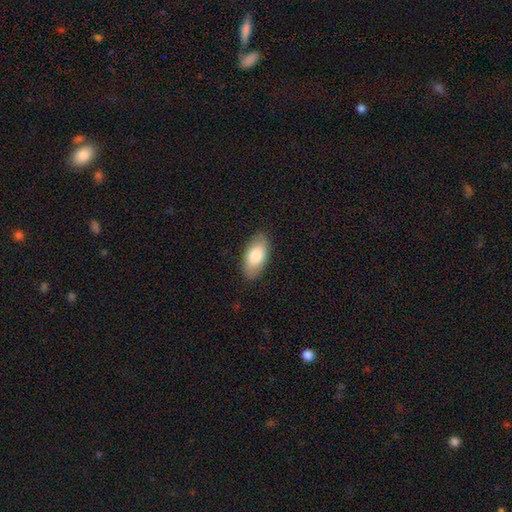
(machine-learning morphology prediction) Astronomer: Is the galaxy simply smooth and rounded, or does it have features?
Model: smooth — 80%.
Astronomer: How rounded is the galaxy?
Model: in between — 92%.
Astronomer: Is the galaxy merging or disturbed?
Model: none — 86%.